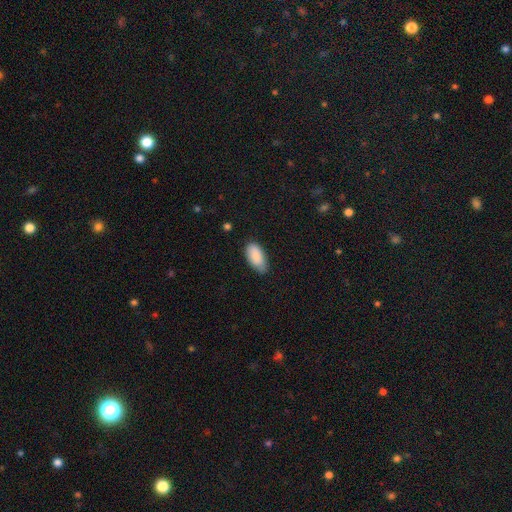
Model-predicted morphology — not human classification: smooth-or-featured: smooth: 88% | star or artifact: 6% | featured or disk: 6%
  how-rounded: in between: 94% | cigar-shaped: 4% | round: 2%
  merging: none: 66% | minor disturbance: 29% | major disturbance: 4% | merger: 1%